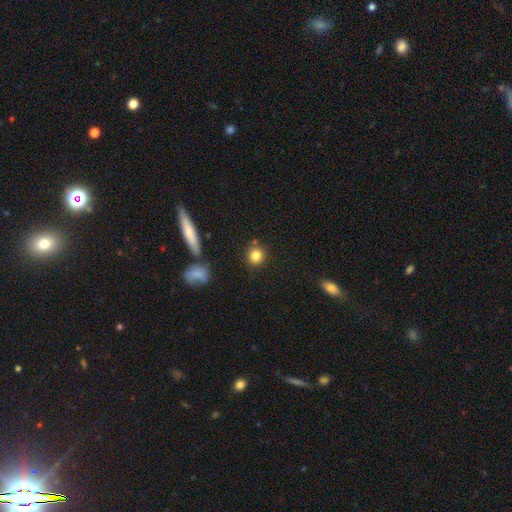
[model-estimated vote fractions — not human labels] Smooth or featured? Predicted: smooth (p=0.83). How rounded? Predicted: round (p=0.88). Merging? Predicted: none (p=0.84).